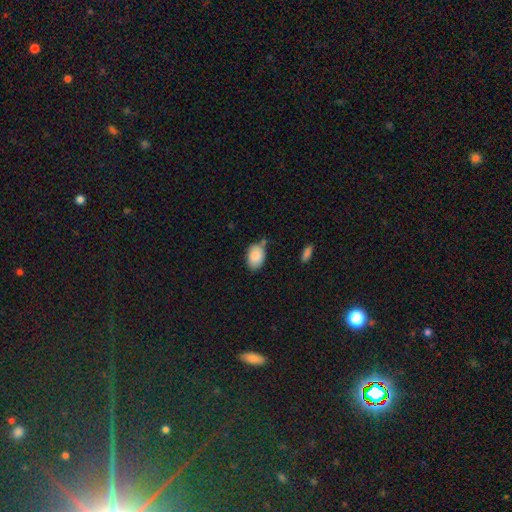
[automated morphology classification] smooth-or-featured: smooth: 86% | featured or disk: 7% | star or artifact: 7%
  how-rounded: in between: 85% | round: 14% | cigar-shaped: 1%
  merging: none: 61% | minor disturbance: 25% | merger: 9% | major disturbance: 5%